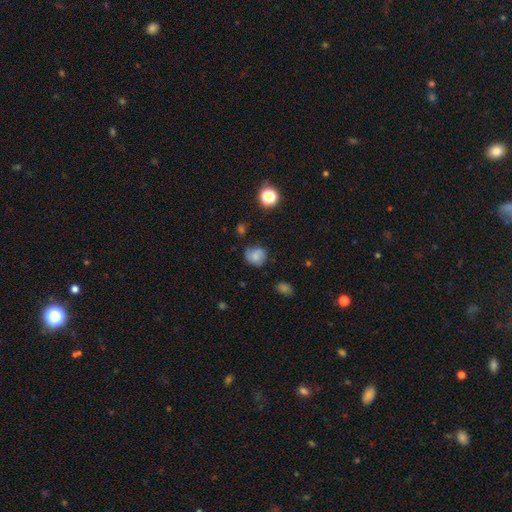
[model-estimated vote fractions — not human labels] smooth_or_featured: smooth (p=0.72) [alt: featured or disk p=0.17]
how_rounded: round (p=0.75) [alt: in between p=0.24]
merging: none (p=0.60) [alt: minor disturbance p=0.28]